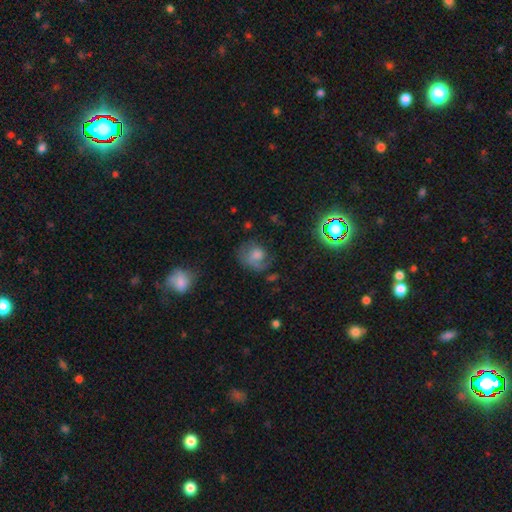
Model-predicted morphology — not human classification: Smooth or featured? smooth (48%)
Merging? none (47%)